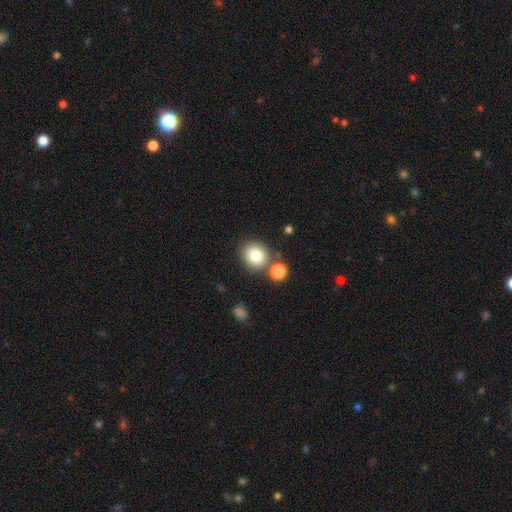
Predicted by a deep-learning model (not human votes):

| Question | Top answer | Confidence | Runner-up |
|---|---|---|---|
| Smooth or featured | smooth | 82% | star or artifact (10%) |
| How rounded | round | 80% | in between (19%) |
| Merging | none | 72% | merger (14%) |